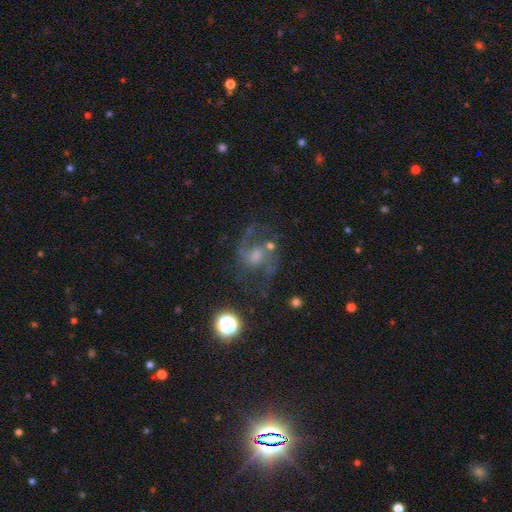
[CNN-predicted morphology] Q: Smooth or featured?
A: featured or disk (74%); runner-up: star or artifact (15%)
Q: Edge-on disk?
A: no (98%); runner-up: yes (2%)
Q: Bar?
A: weak (45%); tied with: no (45%)
Q: Spiral arms?
A: yes (92%); runner-up: no (8%)
Q: Spiral winding?
A: medium (52%); runner-up: loose (36%)
Q: Spiral arm count?
A: 2 (83%); runner-up: can't tell (6%)
Q: Bulge size?
A: moderate (42%); runner-up: small (38%)
Q: Merging?
A: none (61%); runner-up: minor disturbance (16%)